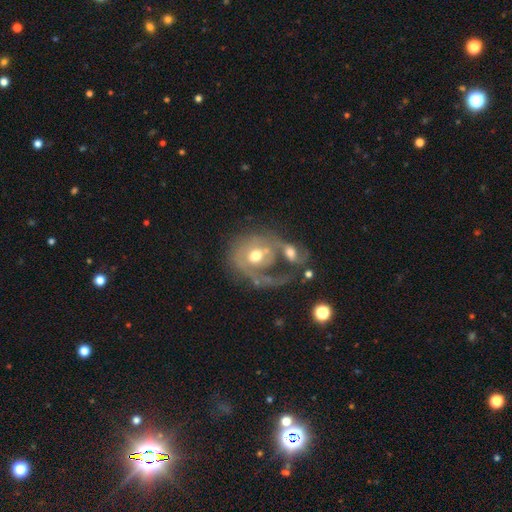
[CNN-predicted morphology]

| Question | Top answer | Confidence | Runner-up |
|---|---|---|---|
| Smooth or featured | featured or disk | 65% | smooth (27%) |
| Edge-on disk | no | 96% | yes (4%) |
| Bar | no | 65% | weak (27%) |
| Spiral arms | yes | 67% | no (33%) |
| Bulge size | moderate | 71% | small (14%) |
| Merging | merger | 54% | major disturbance (21%) |